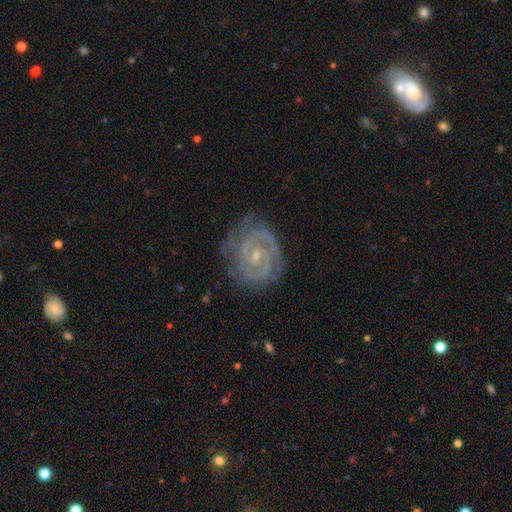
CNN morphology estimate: Overall: featured or disk (88%). Edge-on disk: no (98%). Bar: no (57%; weak 34%). Spiral arms: yes (98%). Spiral arm count: 2 (62%). Spiral winding: tight (73%). Bulge size: small (75%). Merging: none (77%).